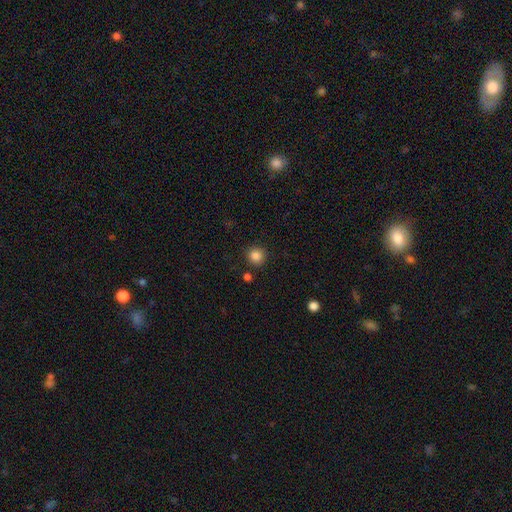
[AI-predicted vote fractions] Smooth or featured?
  - smooth: 86% *
  - star or artifact: 11%
  - featured or disk: 4%
How rounded?
  - round: 92% *
  - in between: 7%
  - cigar-shaped: 1%
Merging?
  - none: 87% *
  - minor disturbance: 7%
  - merger: 3%
  - major disturbance: 2%